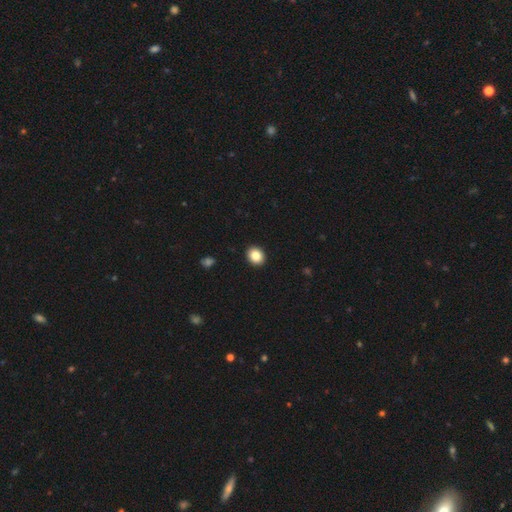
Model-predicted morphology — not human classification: This appears to be a smooth galaxy with no disk features (85%) that is round (61%). Merging: none (93%).